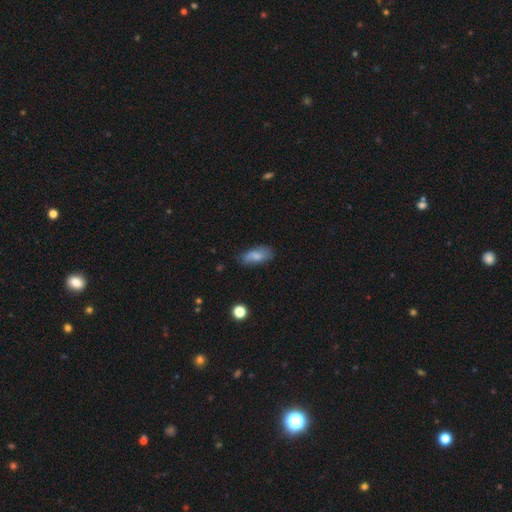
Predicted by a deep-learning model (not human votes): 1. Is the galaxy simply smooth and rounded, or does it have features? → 73% smooth, 19% featured or disk, 8% star or artifact.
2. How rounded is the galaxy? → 85% in between, 11% cigar-shaped, 4% round.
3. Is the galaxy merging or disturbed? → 65% none, 26% minor disturbance, 7% major disturbance, 2% merger.